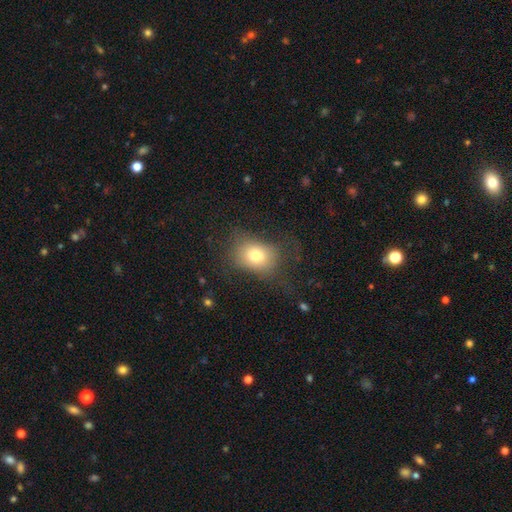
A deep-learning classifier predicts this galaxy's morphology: Smooth or featured? Predicted: smooth (p=0.75). How rounded? Predicted: in between (p=0.60). Merging? Predicted: none (p=0.58).